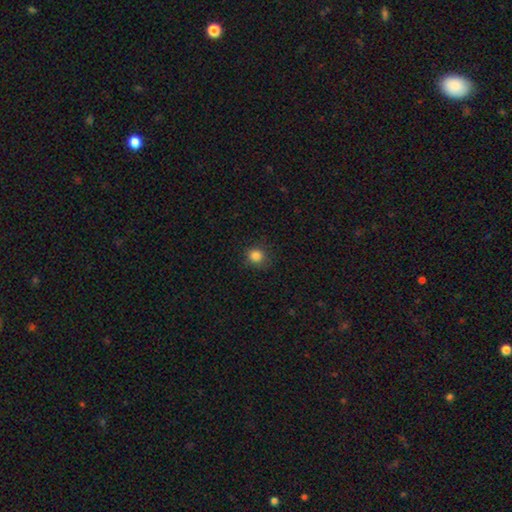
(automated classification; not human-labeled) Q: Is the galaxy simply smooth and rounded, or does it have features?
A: smooth — 85%.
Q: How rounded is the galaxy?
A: round — 87%.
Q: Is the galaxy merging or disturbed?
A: none — 86%.